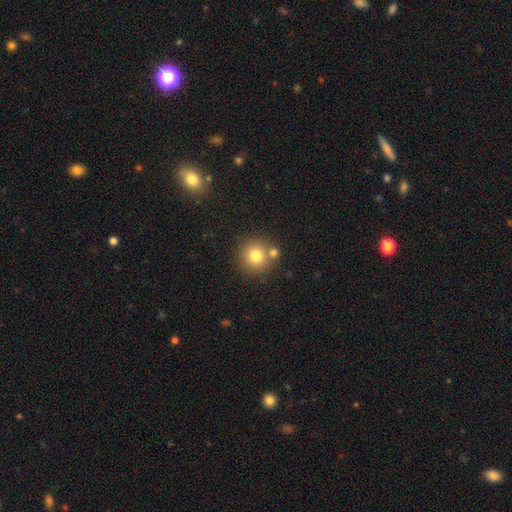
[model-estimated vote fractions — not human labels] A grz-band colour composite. It shows a smooth galaxy with no disk features (78%) that is round (93%). Merging: none (70%).